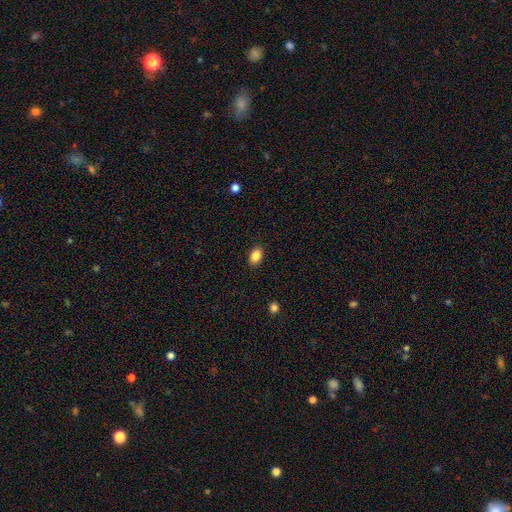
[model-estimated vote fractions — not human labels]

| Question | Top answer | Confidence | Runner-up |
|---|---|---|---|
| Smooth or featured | smooth | 87% | star or artifact (9%) |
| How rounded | in between | 83% | round (15%) |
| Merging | none | 89% | minor disturbance (8%) |